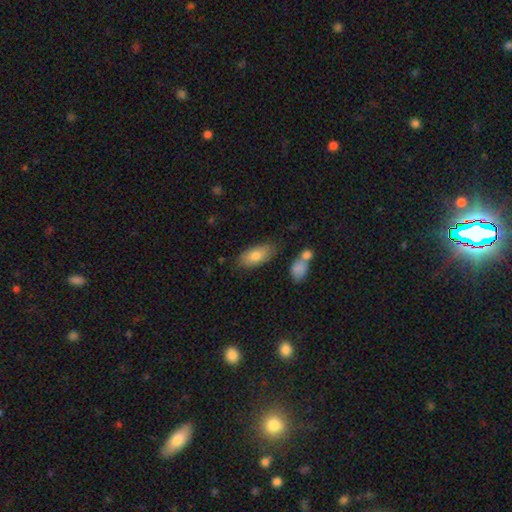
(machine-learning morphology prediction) This is likely a smooth galaxy (77%). How rounded: clearly in between (89%). Merging: likely none (77%).